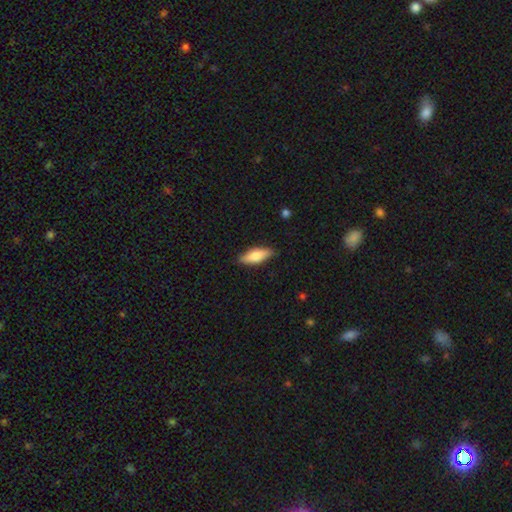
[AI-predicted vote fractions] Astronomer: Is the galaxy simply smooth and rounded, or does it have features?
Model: smooth — 72%.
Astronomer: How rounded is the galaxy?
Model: in between — 63%.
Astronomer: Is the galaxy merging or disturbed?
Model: none — 84%.